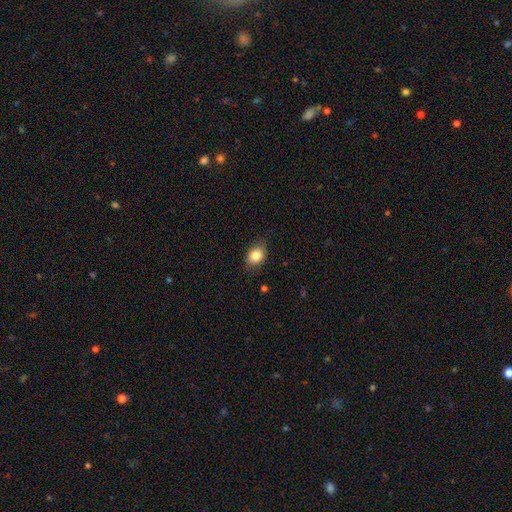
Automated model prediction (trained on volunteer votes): A smooth galaxy with no disk features (84%) that is in between round and cigar-shaped (68%).

Vote fractions:
- Smooth or featured? smooth: 84% / star or artifact: 9% / featured or disk: 7%
- How rounded? in between: 68% / round: 31% / cigar-shaped: 1%
- Merging? none: 80% / minor disturbance: 16% / major disturbance: 3% / merger: 1%